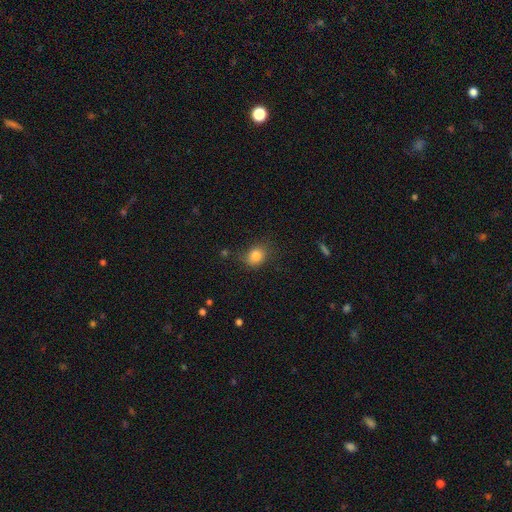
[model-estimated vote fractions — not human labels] The model was most divided on "how rounded": round: 55%, in between: 44%, cigar-shaped: 1%. More confident: smooth or featured — smooth (82%); merging — none (73%).